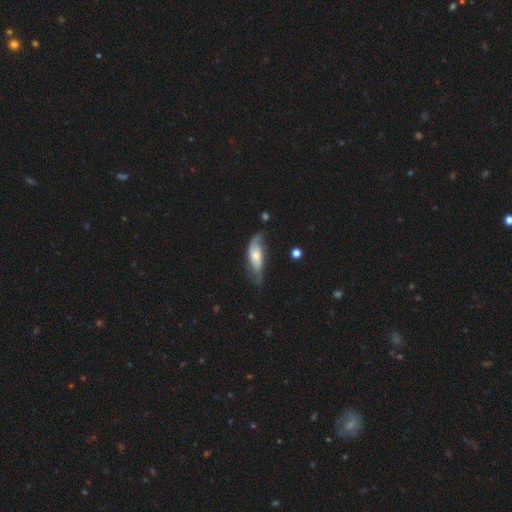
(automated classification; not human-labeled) Smooth or featured? Predicted: featured or disk (p=0.55). Edge-on disk? Predicted: no (p=0.80). Merging? Predicted: none (p=0.48).